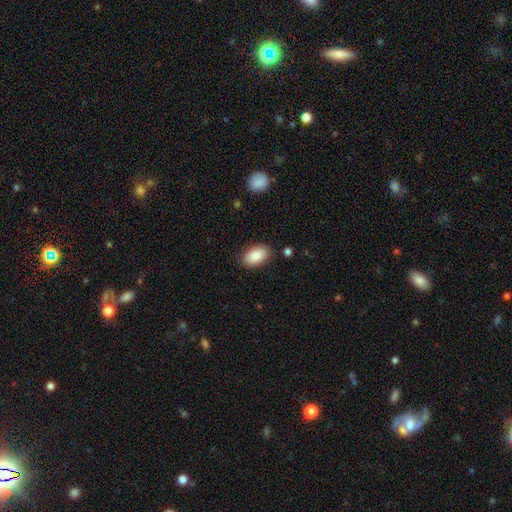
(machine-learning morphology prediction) smooth_or_featured: smooth (p=0.85) [alt: featured or disk p=0.08]
how_rounded: in between (p=0.92) [alt: round p=0.06]
merging: none (p=0.86) [alt: minor disturbance p=0.10]